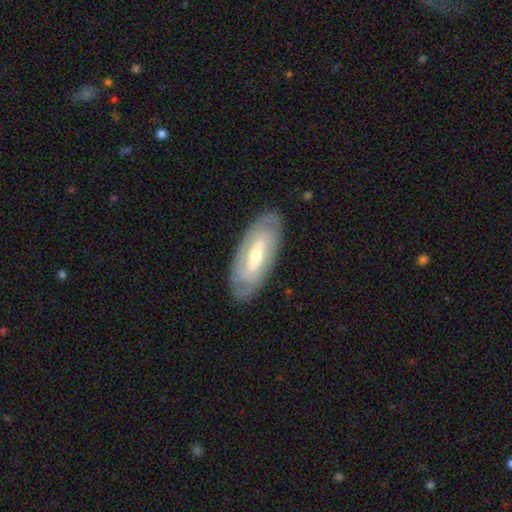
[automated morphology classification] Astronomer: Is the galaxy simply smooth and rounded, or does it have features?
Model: featured or disk — 69%.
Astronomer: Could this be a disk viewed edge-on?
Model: no — 86%.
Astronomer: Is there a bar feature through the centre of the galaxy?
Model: strong — 37%, tied with weak at 37%.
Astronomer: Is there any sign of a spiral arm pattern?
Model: yes — 66%.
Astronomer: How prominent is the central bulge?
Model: moderate — 58% (runner-up: small, 35%).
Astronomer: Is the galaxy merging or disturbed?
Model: none — 83%.